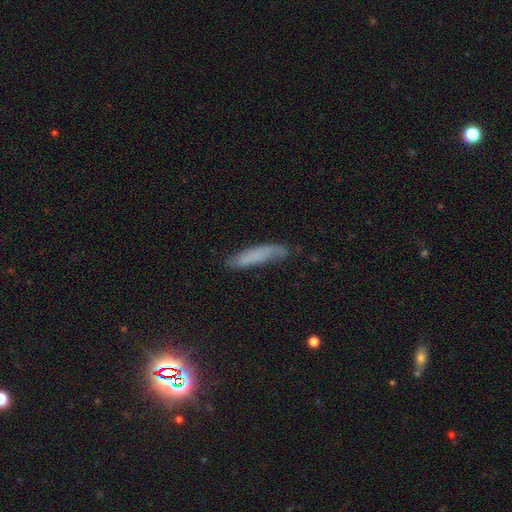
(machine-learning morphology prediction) This appears to be a smooth galaxy with no disk features (64%) that is cigar-shaped (83%). Merging: none (64%).